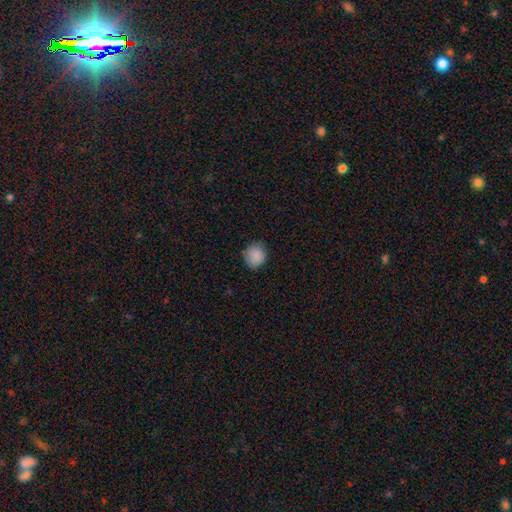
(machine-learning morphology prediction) Smooth or featured? Predicted: smooth (p=0.88). How rounded? Predicted: round (p=0.78). Merging? Predicted: none (p=0.82).